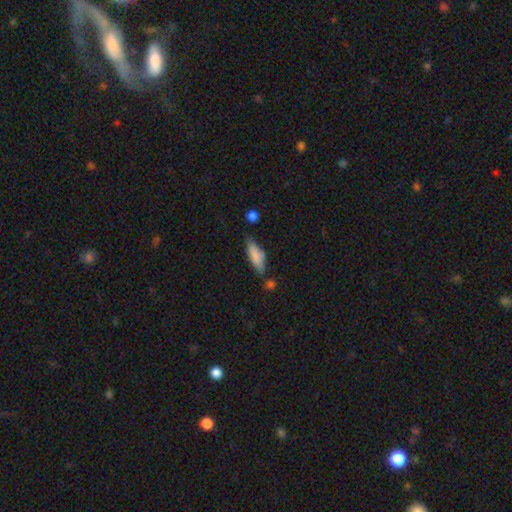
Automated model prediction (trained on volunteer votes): Smooth or featured? Predicted: smooth (p=0.80). How rounded? Predicted: cigar-shaped (p=0.50). Merging? Predicted: none (p=0.65).